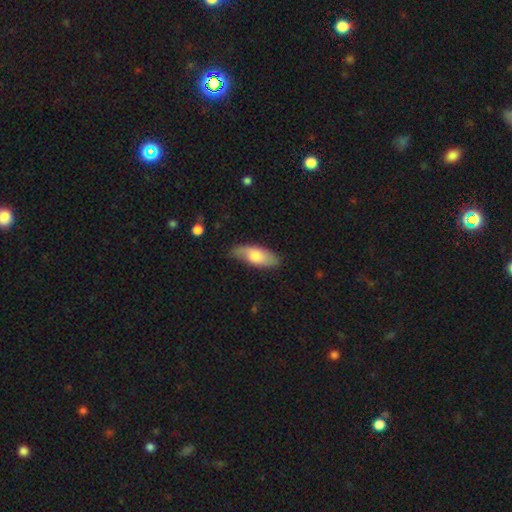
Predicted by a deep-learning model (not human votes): This appears to be a smooth galaxy with no disk features (70%) that is in between round and cigar-shaped (78%). Merging: none (73%).